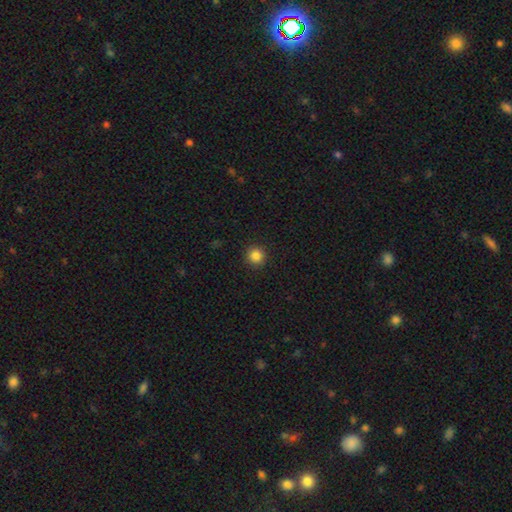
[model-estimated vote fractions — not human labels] Q: Smooth or featured?
A: smooth (85%); runner-up: star or artifact (11%)
Q: How rounded?
A: round (94%); runner-up: in between (5%)
Q: Merging?
A: none (92%); runner-up: minor disturbance (5%)